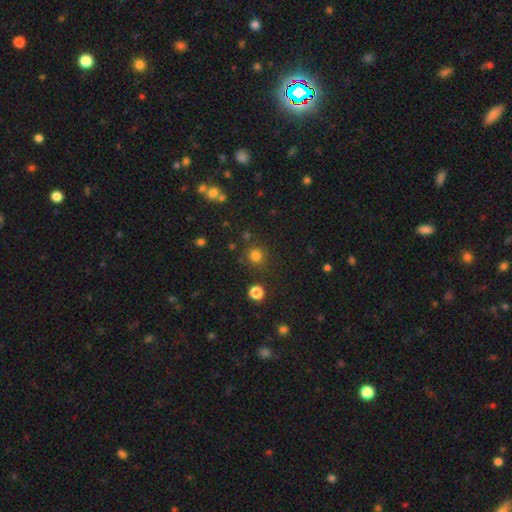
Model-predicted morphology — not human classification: A smooth galaxy with no disk features (78%) that is round (92%). Merging: none (83%).